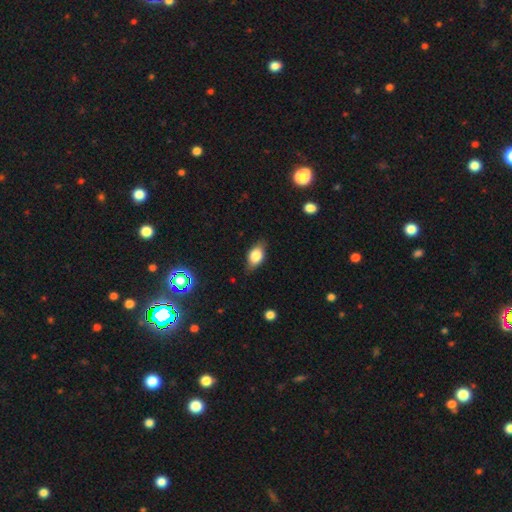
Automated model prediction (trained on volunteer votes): Overall: smooth (76%). How rounded: in between (85%). Merging: none (78%).